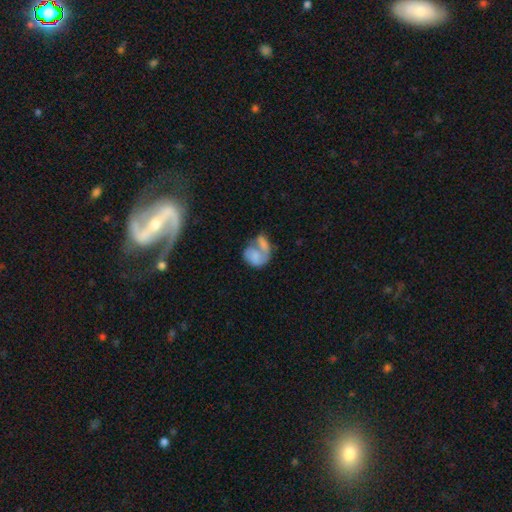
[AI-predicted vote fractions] Smooth or featured?
  - smooth: 59% *
  - featured or disk: 33%
  - star or artifact: 8%
How rounded?
  - in between: 53% *
  - round: 45%
  - cigar-shaped: 2%
Merging?
  - merger: 55% *
  - none: 19%
  - major disturbance: 15%
  - minor disturbance: 11%